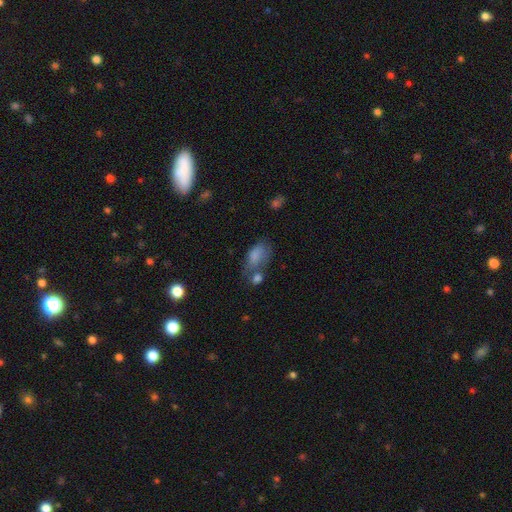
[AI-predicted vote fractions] smooth 77%, featured or disk 14%, star or artifact 9%. Down the decision tree: how rounded — in between (91%); merging — none (31%).